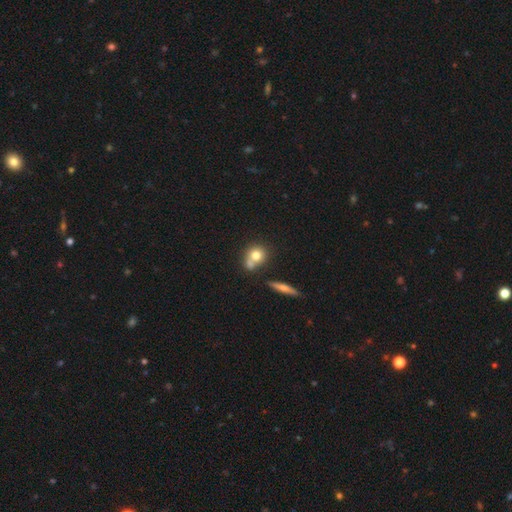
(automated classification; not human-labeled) Overall: smooth (73%). How rounded: round (75%). Merging: none (46%; merger 39%).